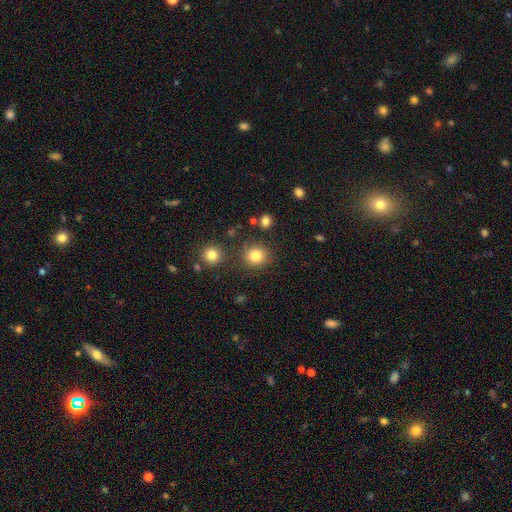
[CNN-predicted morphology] A smooth galaxy with no disk features (81%) that is round (88%).

Vote fractions:
- Smooth or featured? smooth: 81% / star or artifact: 13% / featured or disk: 6%
- How rounded? round: 88% / in between: 11% / cigar-shaped: 1%
- Merging? none: 82% / minor disturbance: 10% / merger: 5% / major disturbance: 4%